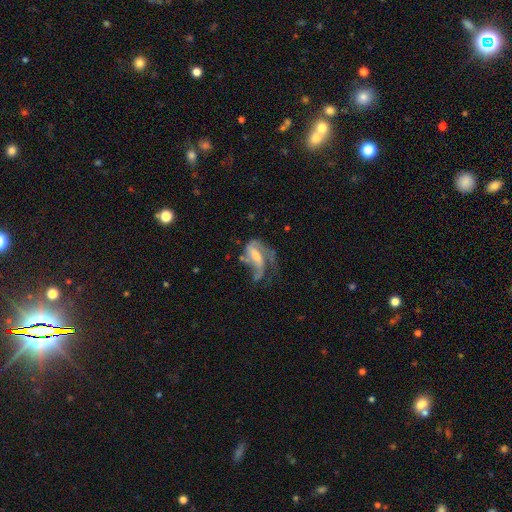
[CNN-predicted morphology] Smooth or featured? Predicted: featured or disk (p=0.76). Edge-on disk? Predicted: no (p=0.94). Bar? Predicted: weak (p=0.40). Spiral arms? Predicted: yes (p=0.83). Spiral winding? Predicted: loose (p=0.45). Spiral arm count? Predicted: 2 (p=0.44). Bulge size? Predicted: moderate (p=0.47). Merging? Predicted: major disturbance (p=0.44).